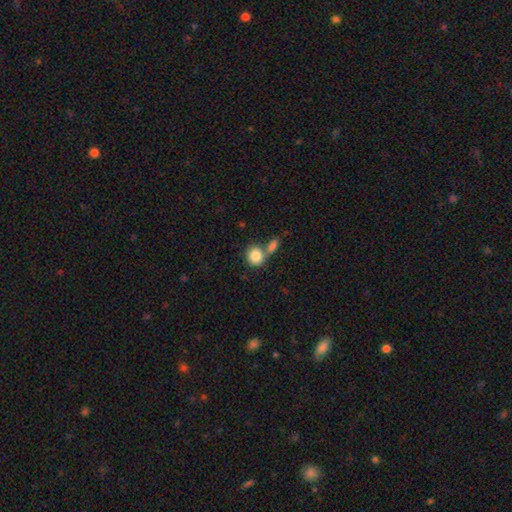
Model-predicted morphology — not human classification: The model was most divided on "merging": none: 50%, merger: 38%, minor disturbance: 9%, major disturbance: 3%. More confident: smooth or featured — smooth (85%); how rounded — round (77%).